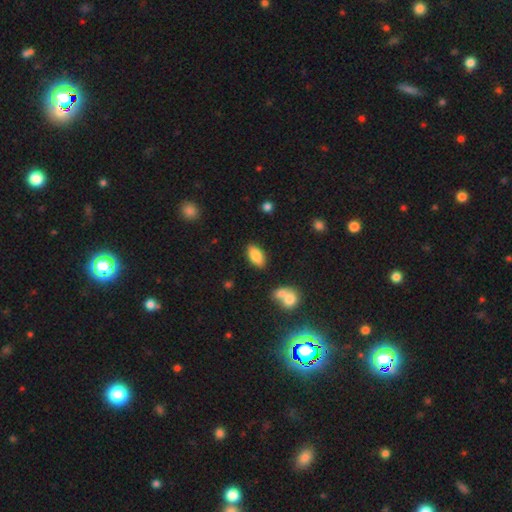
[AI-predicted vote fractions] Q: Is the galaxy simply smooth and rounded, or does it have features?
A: smooth — 84%.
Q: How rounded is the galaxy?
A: in between — 90%.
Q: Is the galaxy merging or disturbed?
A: none — 85%.